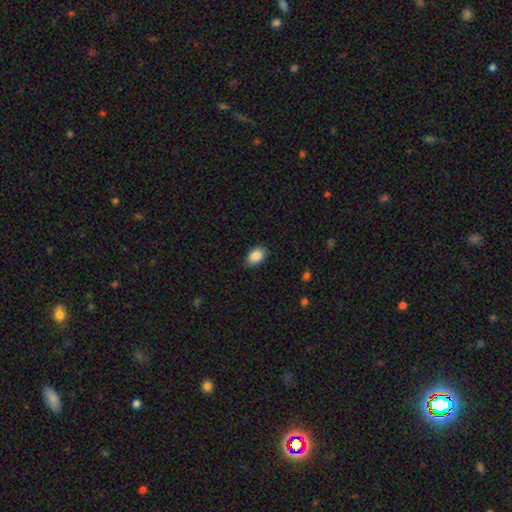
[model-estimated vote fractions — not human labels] Smooth or featured: smooth — 88% (star or artifact — 8%)
How rounded: in between — 83% (round — 16%)
Merging: none — 85% (minor disturbance — 12%)